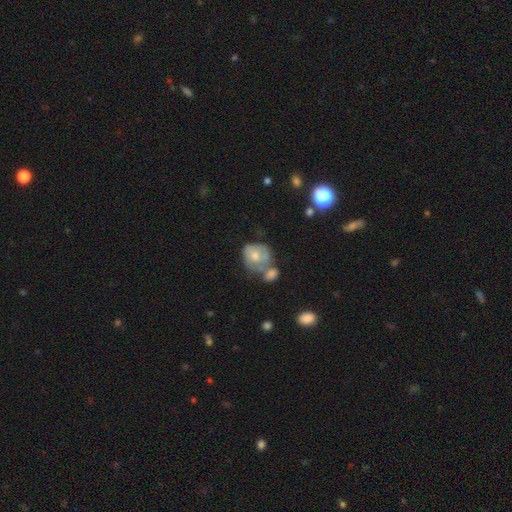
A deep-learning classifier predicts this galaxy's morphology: smooth_or_featured: smooth (p=0.57) [alt: featured or disk p=0.35]
how_rounded: round (p=0.58) [alt: in between p=0.41]
merging: merger (p=0.44) [alt: none p=0.25]